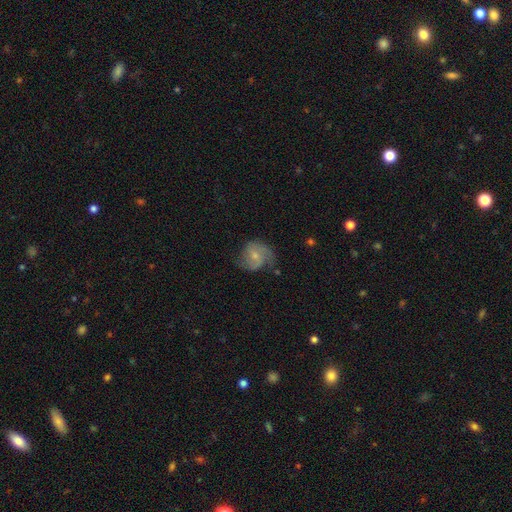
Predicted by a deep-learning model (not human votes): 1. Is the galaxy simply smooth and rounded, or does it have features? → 67% featured or disk, 26% smooth, 7% star or artifact.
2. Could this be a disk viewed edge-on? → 98% no, 2% yes.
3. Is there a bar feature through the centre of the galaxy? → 54% no, 40% weak, 7% strong.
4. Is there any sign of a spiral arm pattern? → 92% yes, 8% no.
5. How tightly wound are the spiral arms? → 48% medium, 29% loose, 23% tight.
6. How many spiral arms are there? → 70% 2, 11% can't tell, 8% 1, 7% 3, 2% 4, 2% more than 4.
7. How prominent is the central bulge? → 53% small, 37% moderate, 6% none, 2% large, 1% dominant.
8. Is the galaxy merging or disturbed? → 59% none, 25% minor disturbance, 14% major disturbance, 2% merger.